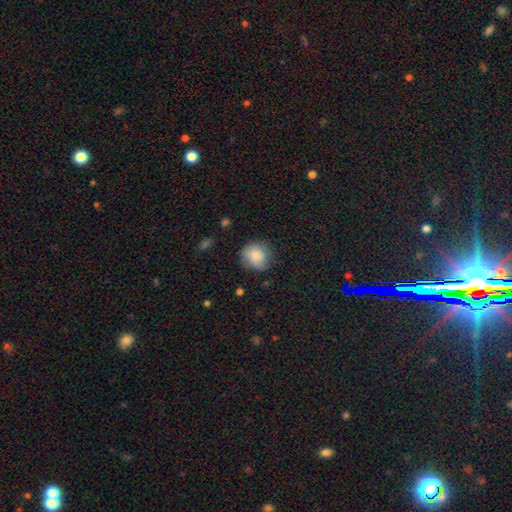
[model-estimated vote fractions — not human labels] smooth_or_featured: smooth (p=0.81) [alt: featured or disk p=0.12]
how_rounded: round (p=0.84) [alt: in between p=0.15]
merging: none (p=0.69) [alt: minor disturbance p=0.23]